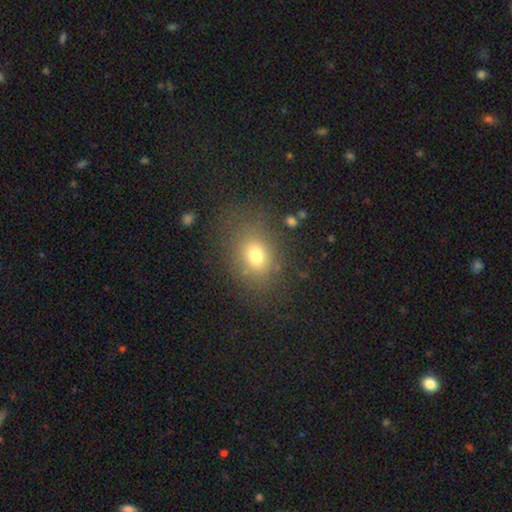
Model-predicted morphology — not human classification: Overall: smooth (72%). How rounded: in between (56%; round 42%). Merging: none (75%).